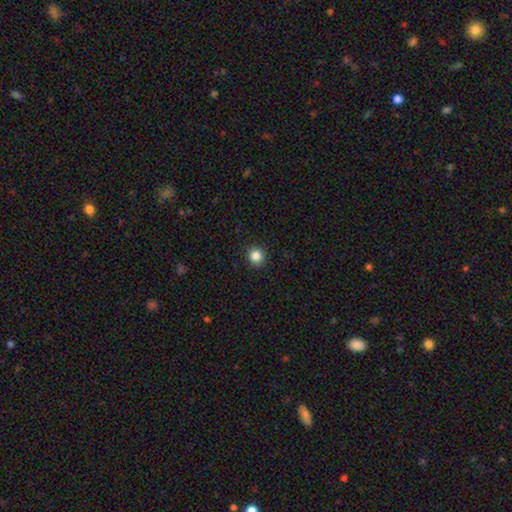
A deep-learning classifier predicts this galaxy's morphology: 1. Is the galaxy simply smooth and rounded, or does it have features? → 84% smooth, 11% star or artifact, 4% featured or disk.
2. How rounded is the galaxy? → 93% round, 6% in between, 1% cigar-shaped.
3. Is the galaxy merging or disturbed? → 92% none, 5% minor disturbance, 2% major disturbance, 1% merger.